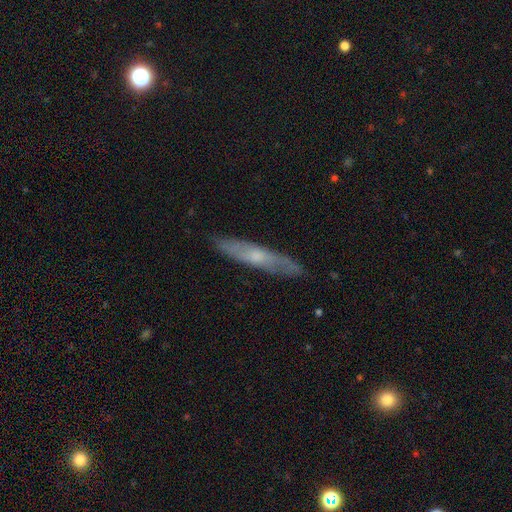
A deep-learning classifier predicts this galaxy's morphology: smooth_or_featured: featured or disk (p=0.52) [alt: smooth p=0.42]
disk_edge_on: yes (p=0.73) [alt: no p=0.27]
merging: none (p=0.84) [alt: minor disturbance p=0.13]